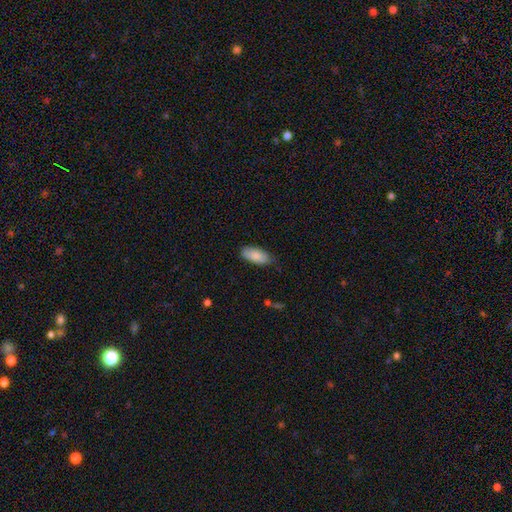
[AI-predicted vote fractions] Smooth or featured?
  - smooth: 87% *
  - featured or disk: 7%
  - star or artifact: 6%
How rounded?
  - in between: 89% *
  - cigar-shaped: 9%
  - round: 2%
Merging?
  - none: 76% *
  - minor disturbance: 19%
  - major disturbance: 3%
  - merger: 1%